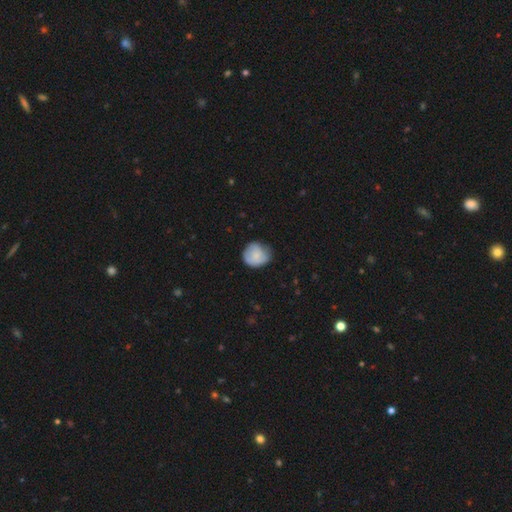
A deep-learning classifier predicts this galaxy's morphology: A smooth galaxy with no disk features (73%) that is round (81%). Merging: none (57%).